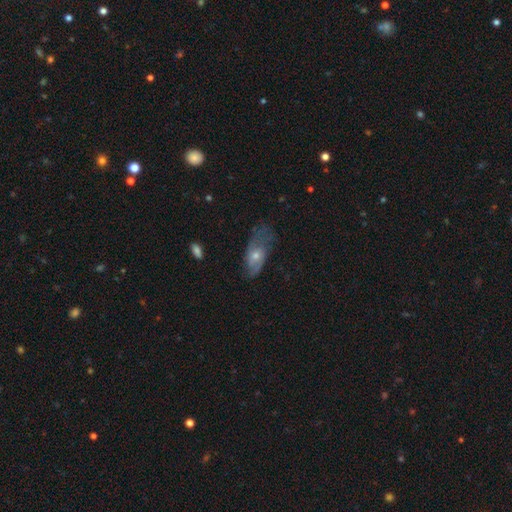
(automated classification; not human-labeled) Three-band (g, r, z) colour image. It shows a featured or disk galaxy (55%). Merging: none (46%).